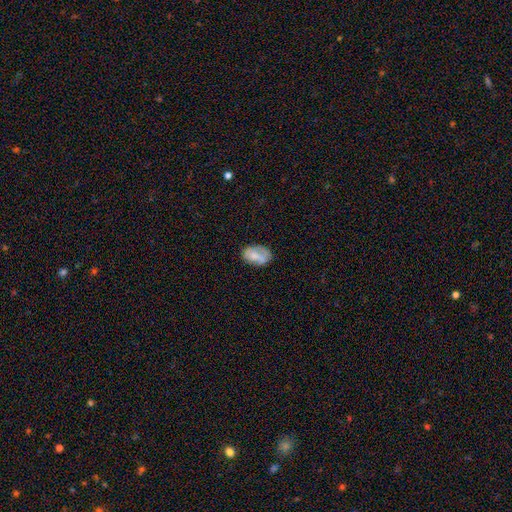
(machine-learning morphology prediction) Q: Smooth or featured?
A: smooth (68%); runner-up: featured or disk (23%)
Q: How rounded?
A: in between (89%); runner-up: round (9%)
Q: Merging?
A: none (52%); runner-up: minor disturbance (29%)